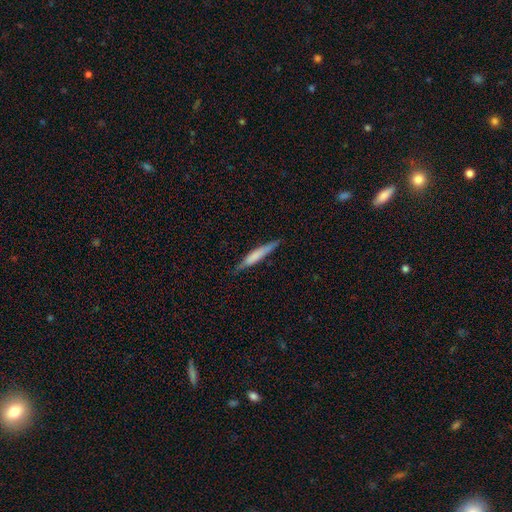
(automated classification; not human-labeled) This is likely a smooth galaxy (61%). How rounded: clearly cigar-shaped (92%). Merging: likely none (79%).